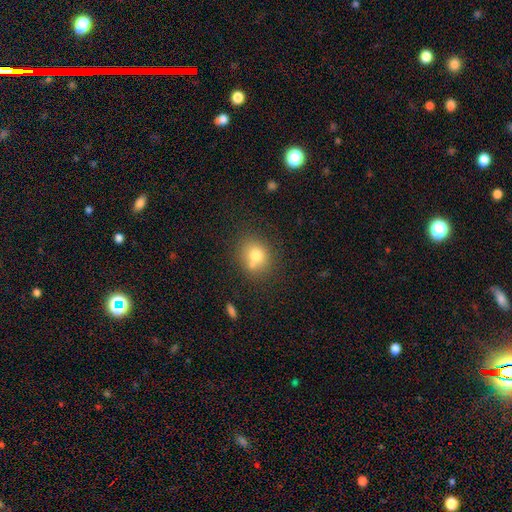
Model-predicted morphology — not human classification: Smooth or featured?
  - smooth: 73% *
  - featured or disk: 15%
  - star or artifact: 12%
How rounded?
  - round: 69% *
  - in between: 30%
  - cigar-shaped: 1%
Merging?
  - none: 59% *
  - merger: 24%
  - minor disturbance: 13%
  - major disturbance: 4%